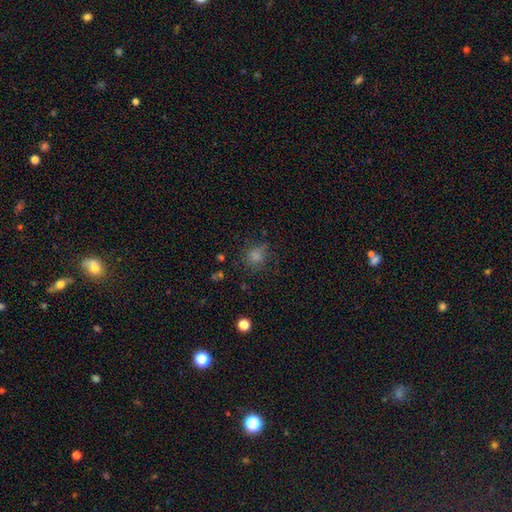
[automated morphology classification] smooth_or_featured: smooth (p=0.76) [alt: star or artifact p=0.16]
how_rounded: round (p=0.77) [alt: in between p=0.22]
merging: none (p=0.69) [alt: minor disturbance p=0.19]